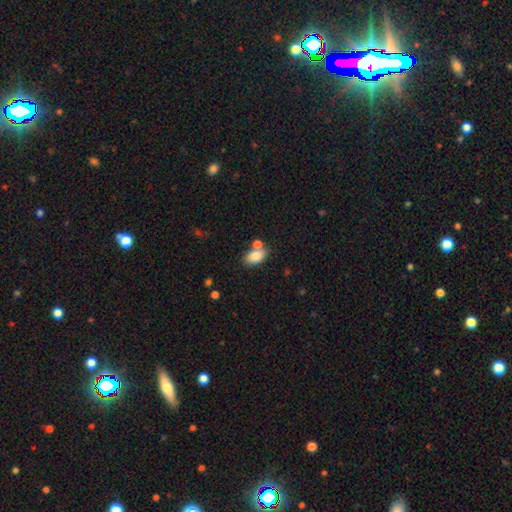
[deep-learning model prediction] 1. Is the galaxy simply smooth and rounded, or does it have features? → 81% smooth, 11% featured or disk, 8% star or artifact.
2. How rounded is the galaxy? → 89% in between, 9% round, 2% cigar-shaped.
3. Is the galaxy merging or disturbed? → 61% none, 22% merger, 13% minor disturbance, 4% major disturbance.